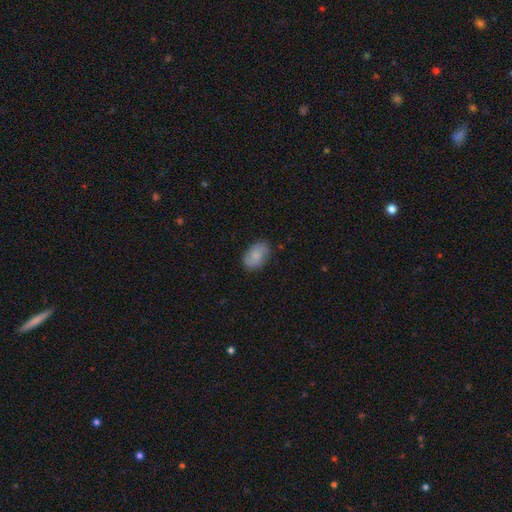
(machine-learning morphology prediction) smooth-or-featured: smooth: 78% | featured or disk: 15% | star or artifact: 7%
  how-rounded: in between: 89% | round: 10% | cigar-shaped: 1%
  merging: none: 76% | minor disturbance: 19% | major disturbance: 4% | merger: 1%